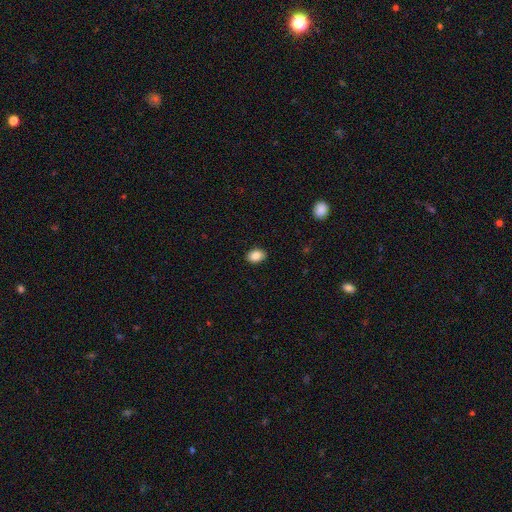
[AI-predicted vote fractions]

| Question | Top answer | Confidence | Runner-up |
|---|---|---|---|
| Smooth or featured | smooth | 86% | star or artifact (8%) |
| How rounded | in between | 78% | round (21%) |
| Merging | none | 89% | minor disturbance (8%) |